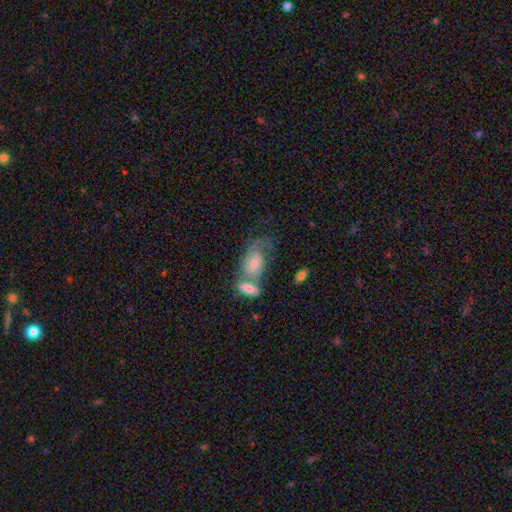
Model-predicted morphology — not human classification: The model was most divided on "bulge size": small: 47%, moderate: 40%, none: 6%, large: 5%, dominant: 2%. Remaining: edge-on disk — no (94%); spiral arms — yes (79%); bar — no (72%); smooth or featured — featured or disk (58%); merging — merger (49%).